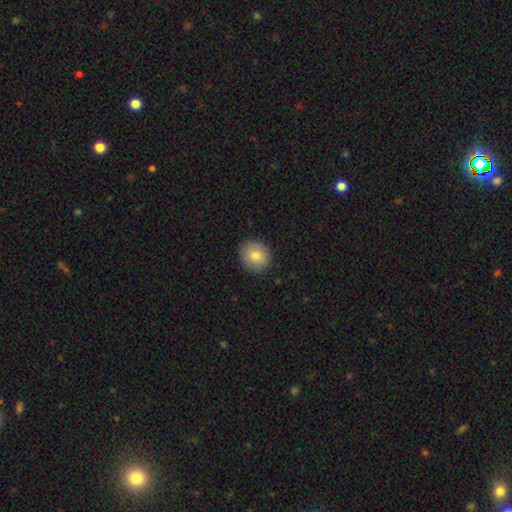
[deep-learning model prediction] Smooth or featured: smooth — 80% (featured or disk — 12%)
How rounded: round — 85% (in between — 14%)
Merging: none — 89% (minor disturbance — 8%)